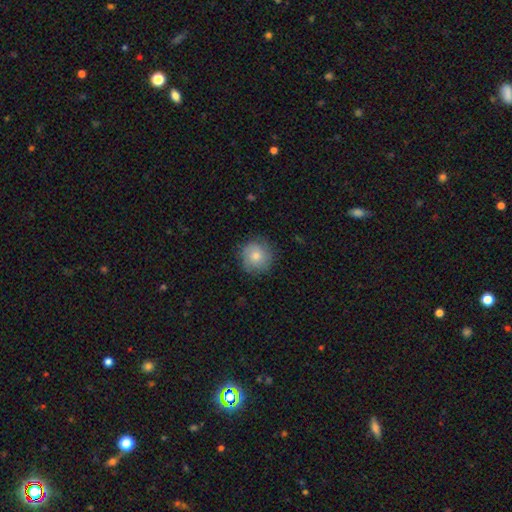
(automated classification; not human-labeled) This appears to be a smooth galaxy with no disk features (75%) that is round (93%). Merging: none (83%).